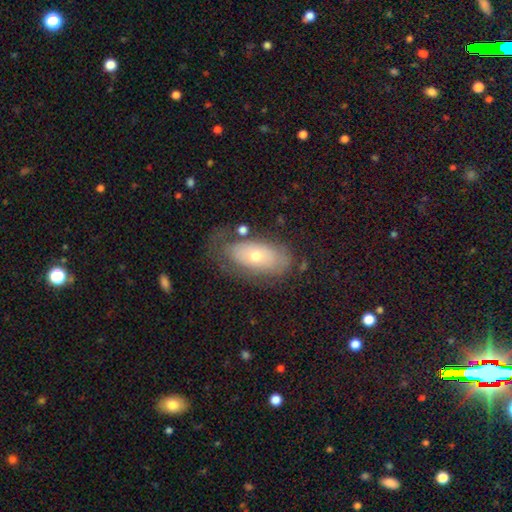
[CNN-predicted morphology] The model was most divided on "smooth or featured": smooth: 47%, featured or disk: 46%, star or artifact: 8%. More confident: merging — none (53%).